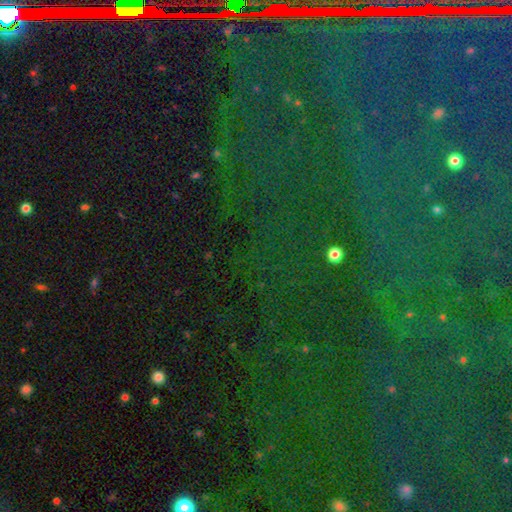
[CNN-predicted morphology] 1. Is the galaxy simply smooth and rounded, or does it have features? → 83% star or artifact, 9% smooth, 8% featured or disk.